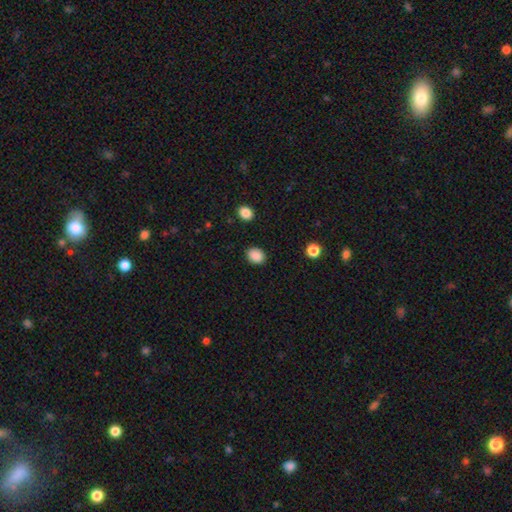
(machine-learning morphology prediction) type=smooth (88%); roundness=in between (51%); merging=none (89%).